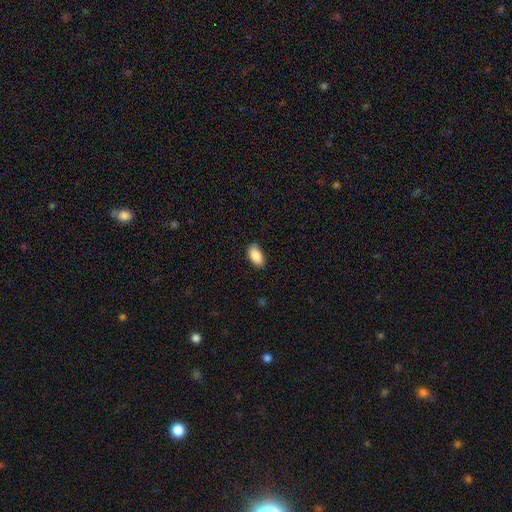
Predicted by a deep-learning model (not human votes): This appears to be a smooth galaxy with no disk features (87%) that is in between round and cigar-shaped (93%). Merging: none (85%).